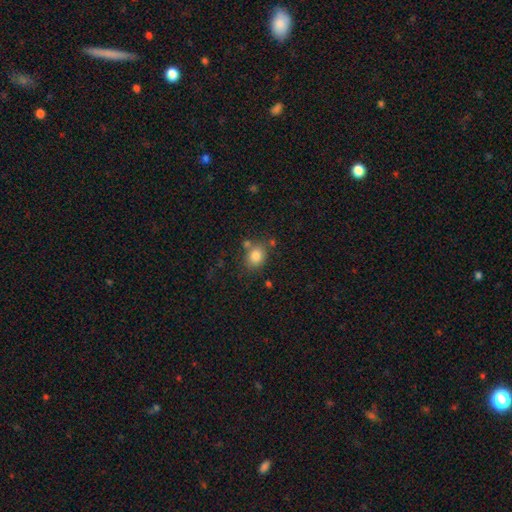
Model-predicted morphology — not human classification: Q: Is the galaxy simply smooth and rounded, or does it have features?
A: smooth — 82%.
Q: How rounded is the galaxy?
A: round — 53%.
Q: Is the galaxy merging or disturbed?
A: none — 67%.